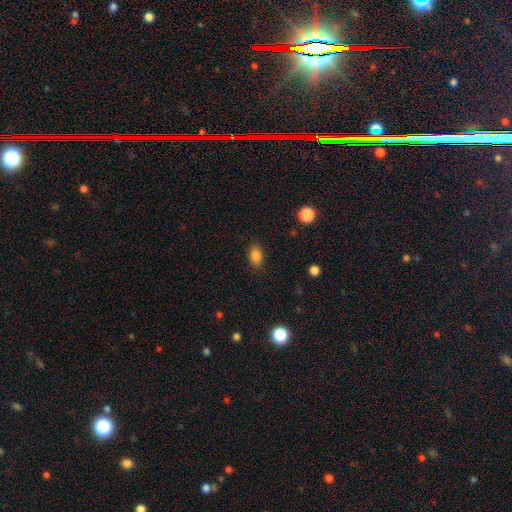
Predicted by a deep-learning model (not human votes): This is clearly a smooth galaxy (85%). How rounded: clearly in between (81%). Merging: clearly none (87%).